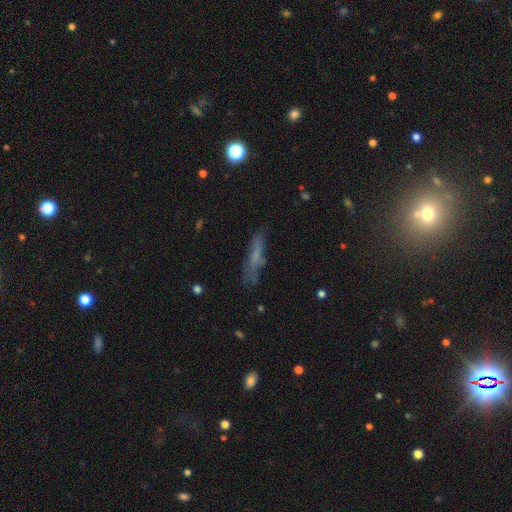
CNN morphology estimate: The model was most divided on "smooth or featured": smooth: 52%, featured or disk: 35%, star or artifact: 13%. More confident: how rounded — cigar-shaped (81%); merging — none (71%).